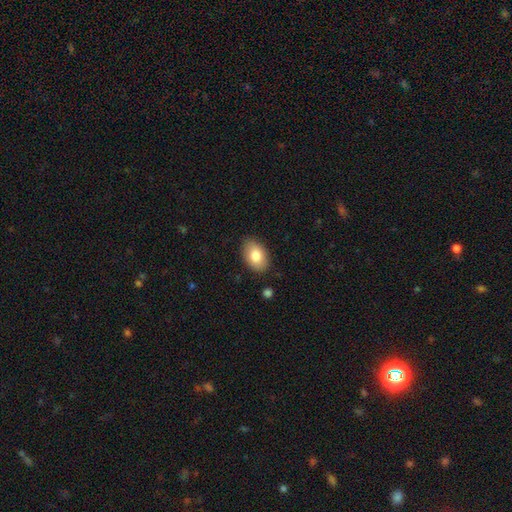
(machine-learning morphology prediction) Q: Smooth or featured?
A: smooth (82%); runner-up: featured or disk (11%)
Q: How rounded?
A: in between (90%); runner-up: round (9%)
Q: Merging?
A: none (85%); runner-up: minor disturbance (11%)